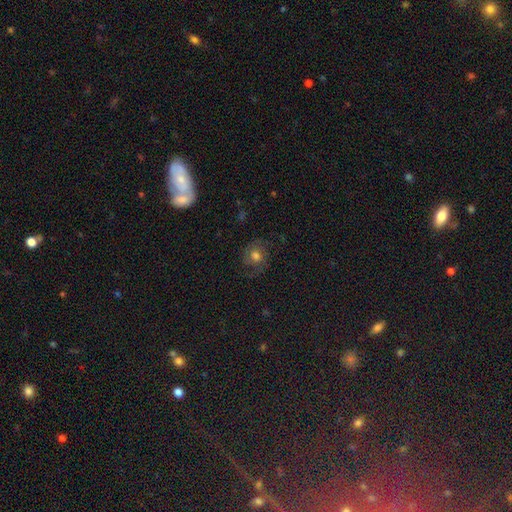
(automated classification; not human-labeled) smooth_or_featured: featured or disk (p=0.47) [alt: smooth p=0.41]
merging: none (p=0.68) [alt: minor disturbance p=0.18]